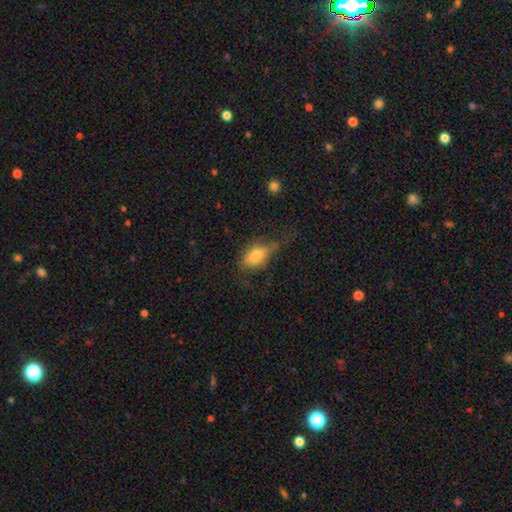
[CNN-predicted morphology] Q: Smooth or featured?
A: smooth (76%); runner-up: featured or disk (16%)
Q: How rounded?
A: in between (88%); runner-up: cigar-shaped (7%)
Q: Merging?
A: none (46%); runner-up: minor disturbance (31%)